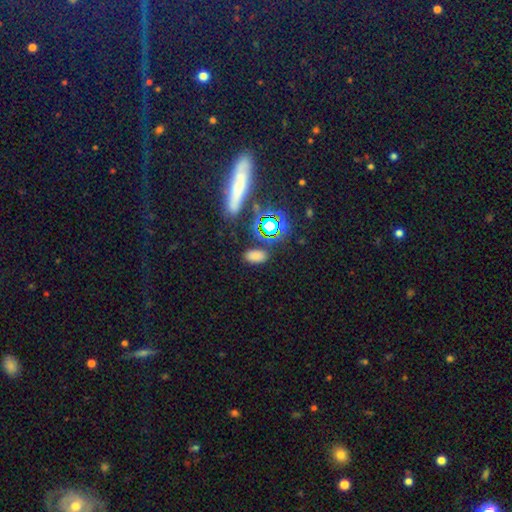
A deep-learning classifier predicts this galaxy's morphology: smooth-or-featured: smooth: 67% | star or artifact: 26% | featured or disk: 7%
  how-rounded: in between: 87% | round: 7% | cigar-shaped: 5%
  merging: none: 81% | minor disturbance: 10% | merger: 4% | major disturbance: 4%